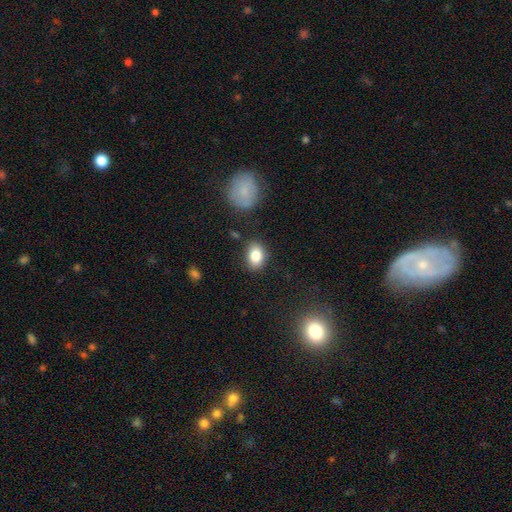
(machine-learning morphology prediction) The model was most divided on "how rounded": in between: 75%, round: 23%, cigar-shaped: 1%. More confident: smooth or featured — smooth (83%); merging — none (81%).